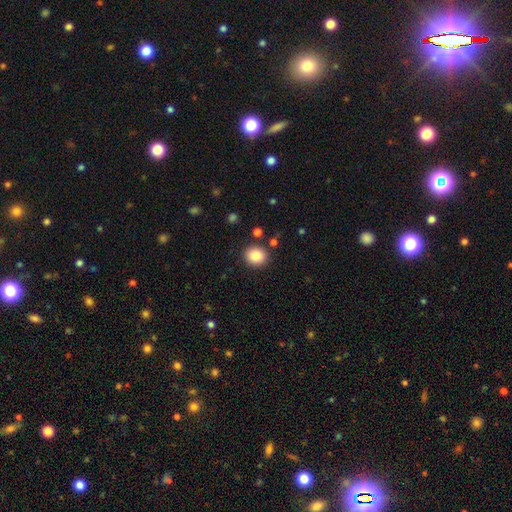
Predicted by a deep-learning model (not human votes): This is clearly a smooth galaxy (86%). How rounded: likely round (78%). Merging: clearly none (89%).